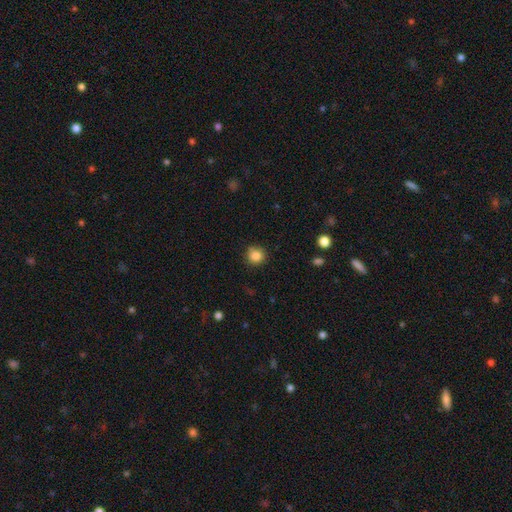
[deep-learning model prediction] smooth 85%, star or artifact 11%, featured or disk 5%. Down the decision tree: how rounded — round (91%); merging — none (84%).